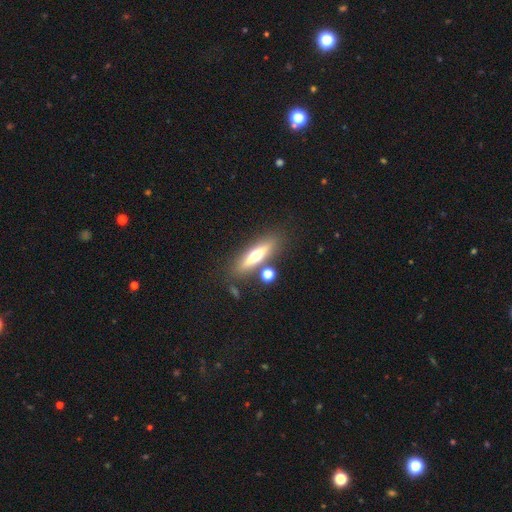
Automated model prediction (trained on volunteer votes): Morphology: type=featured or disk (56%); edge-on=yes (89%); merging=none (79%).